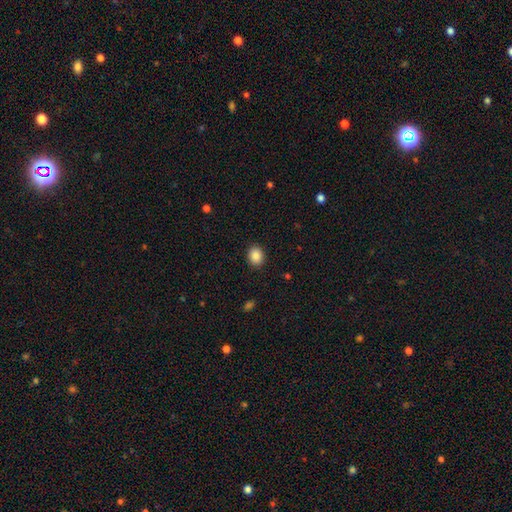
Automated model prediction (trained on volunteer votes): Morphology: type=smooth (88%); roundness=round (52%); merging=none (90%).